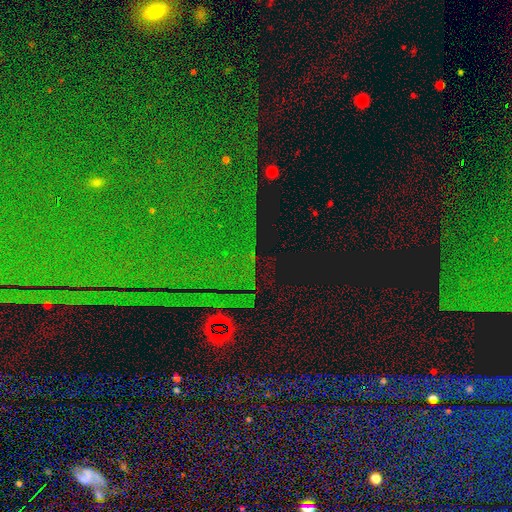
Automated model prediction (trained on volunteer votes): Smooth or featured: star or artifact — 84% (featured or disk — 8%)